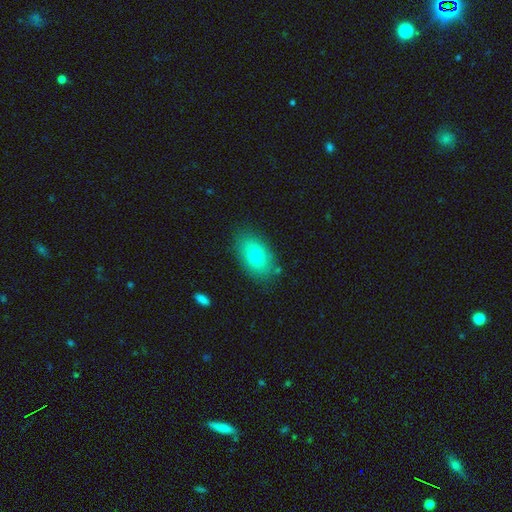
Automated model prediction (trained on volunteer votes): Smooth or featured? Predicted: smooth (p=0.74). How rounded? Predicted: in between (p=0.89). Merging? Predicted: none (p=0.82).